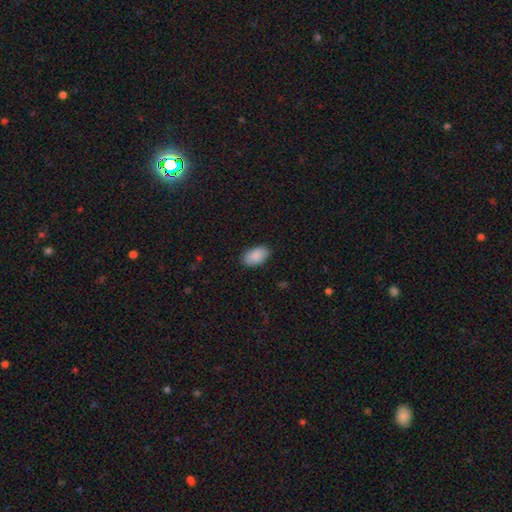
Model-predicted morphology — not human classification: Overall: smooth (88%). How rounded: in between (94%). Merging: none (86%).